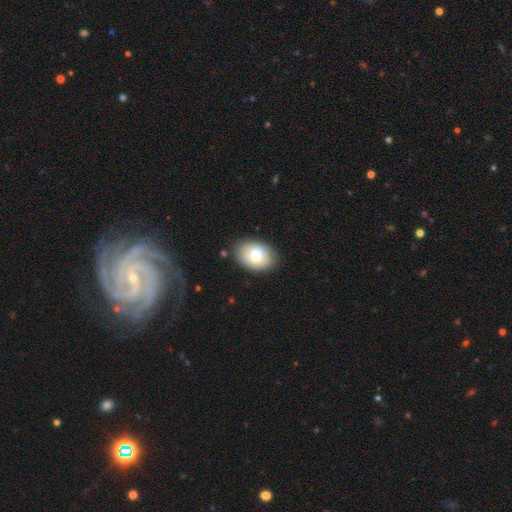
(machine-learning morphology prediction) Smooth or featured? smooth (80%)
How rounded? in between (80%)
Merging? none (82%)